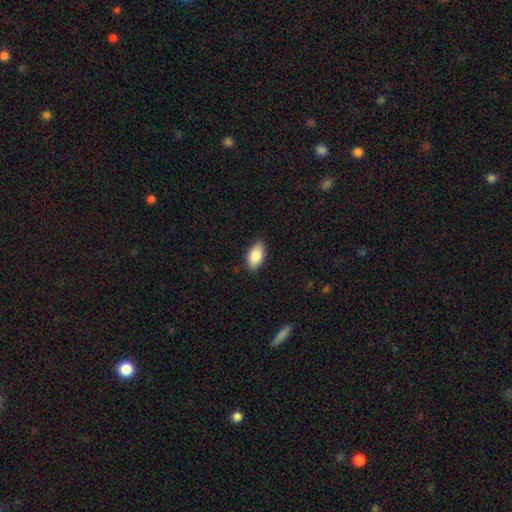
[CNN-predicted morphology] The model was most divided on "merging": none: 88%, minor disturbance: 9%, major disturbance: 2%, merger: 1%. More confident: how rounded — in between (94%); smooth or featured — smooth (87%).